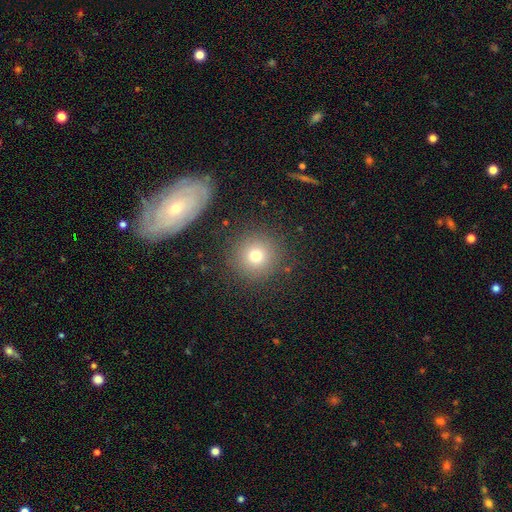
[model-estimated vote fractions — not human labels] A smooth galaxy with no disk features (74%) that is round (95%).

Vote fractions:
- Smooth or featured? smooth: 74% / star or artifact: 16% / featured or disk: 11%
- How rounded? round: 95% / in between: 4% / cigar-shaped: 1%
- Merging? none: 88% / minor disturbance: 7% / major disturbance: 3% / merger: 2%